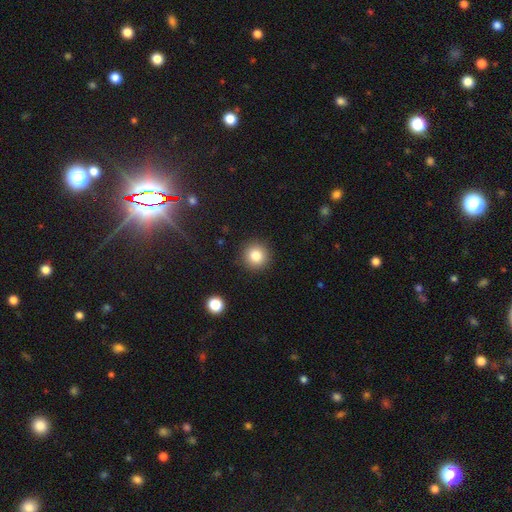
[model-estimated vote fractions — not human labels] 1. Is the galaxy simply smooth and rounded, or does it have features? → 83% smooth, 10% star or artifact, 7% featured or disk.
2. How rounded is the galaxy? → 94% round, 5% in between, 1% cigar-shaped.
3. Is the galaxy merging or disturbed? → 91% none, 6% minor disturbance, 2% major disturbance, 1% merger.